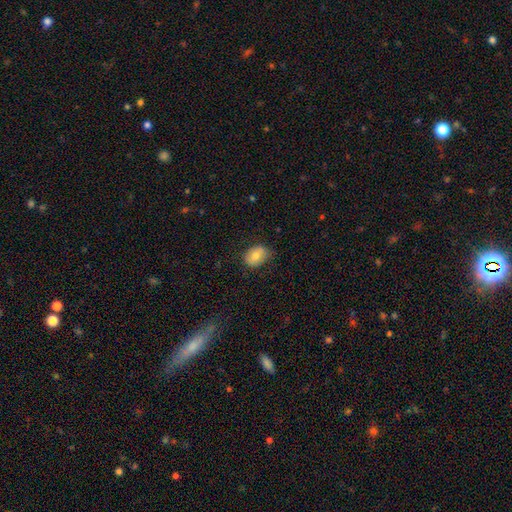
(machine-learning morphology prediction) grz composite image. It shows a smooth galaxy with no disk features (80%) that is in between round and cigar-shaped (74%). Merging: none (76%).